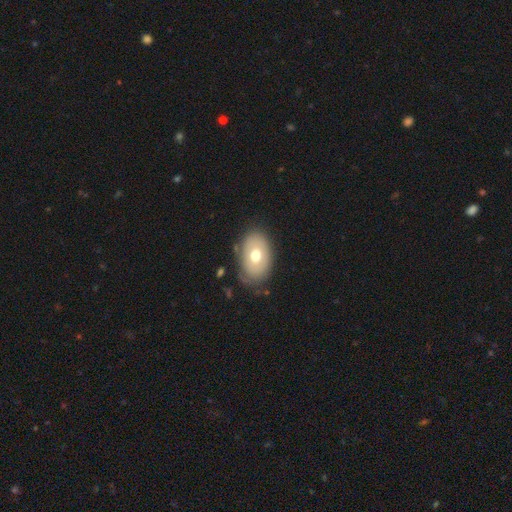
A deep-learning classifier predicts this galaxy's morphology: Smooth or featured? Predicted: smooth (p=0.62). How rounded? Predicted: in between (p=0.86). Merging? Predicted: none (p=0.75).